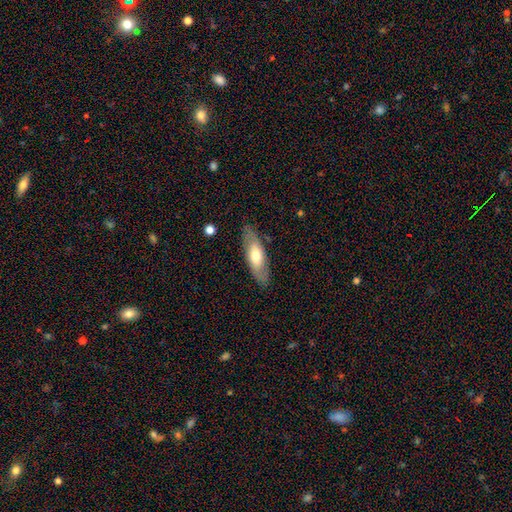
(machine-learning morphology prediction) A smooth galaxy with no disk features (56%) that is in between round and cigar-shaped (64%).

Vote fractions:
- Smooth or featured? smooth: 56% / featured or disk: 38% / star or artifact: 6%
- How rounded? in between: 64% / cigar-shaped: 34% / round: 2%
- Merging? none: 84% / minor disturbance: 12% / major disturbance: 3% / merger: 1%